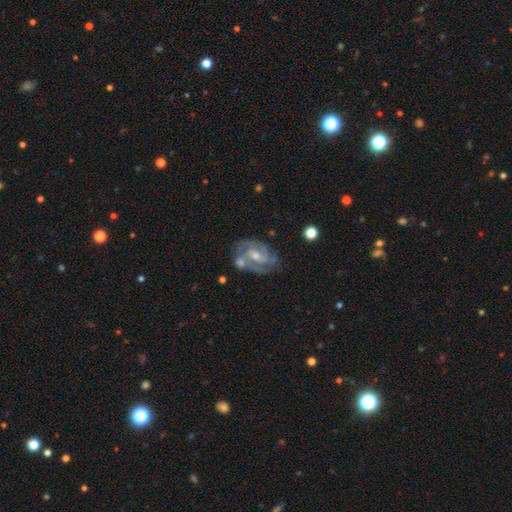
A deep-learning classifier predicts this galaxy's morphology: Q: Smooth or featured?
A: featured or disk (84%); runner-up: smooth (9%)
Q: Edge-on disk?
A: no (97%); runner-up: yes (3%)
Q: Bar?
A: weak (45%); runner-up: no (41%)
Q: Spiral arms?
A: yes (94%); runner-up: no (6%)
Q: Spiral winding?
A: medium (47%); runner-up: tight (42%)
Q: Spiral arm count?
A: 2 (50%); runner-up: 3 (24%)
Q: Bulge size?
A: moderate (52%); runner-up: small (42%)
Q: Merging?
A: none (63%); runner-up: minor disturbance (18%)